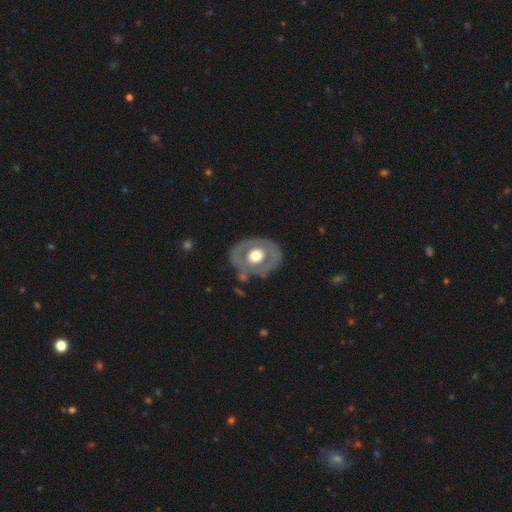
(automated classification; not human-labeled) This appears to be a featured or disk galaxy (57%) with no bar (89%), no spiral arms (87%) and a moderate central bulge (51%). Merging: none (74%).